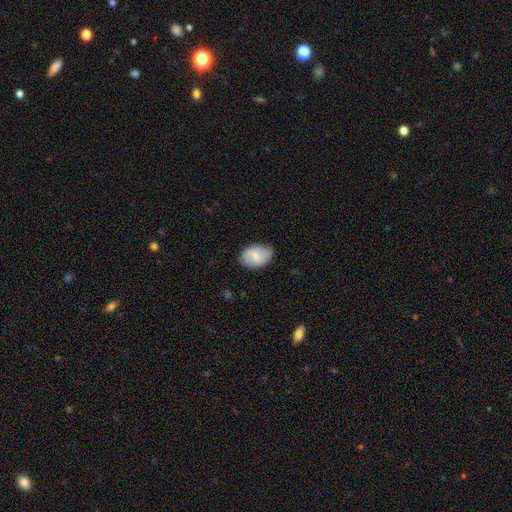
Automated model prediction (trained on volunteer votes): Smooth or featured: smooth — 55% (featured or disk — 38%)
How rounded: in between — 83% (round — 15%)
Merging: none — 76% (minor disturbance — 19%)